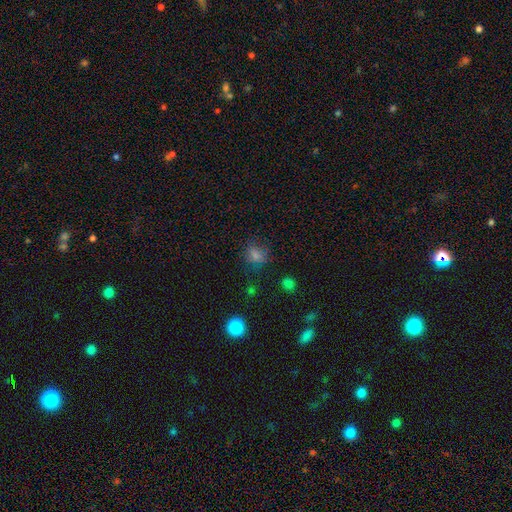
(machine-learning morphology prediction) The model was most divided on "how rounded": round: 64%, in between: 35%, cigar-shaped: 2%. More confident: merging — none (74%); smooth or featured — smooth (69%).